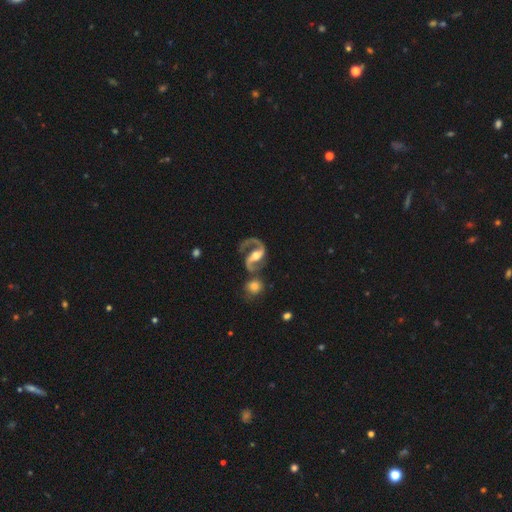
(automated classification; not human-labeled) This is clearly a featured or disk galaxy (91%). It is clearly not viewed edge-on (97%). Bar: possibly strong (48%). Spiral arm pattern: clearly yes (97%). Spiral arm count: clearly 2 (91%). Spiral winding: possibly medium (56%). Central bulge: likely moderate (68%). Merging: possibly none (60%).